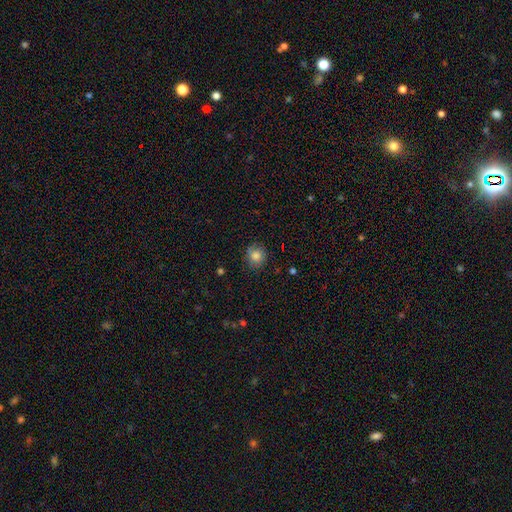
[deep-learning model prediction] Q: Smooth or featured?
A: smooth (81%); runner-up: star or artifact (10%)
Q: How rounded?
A: round (87%); runner-up: in between (12%)
Q: Merging?
A: none (83%); runner-up: minor disturbance (13%)